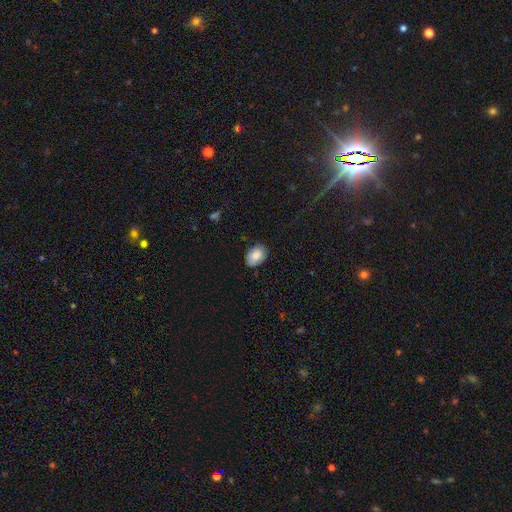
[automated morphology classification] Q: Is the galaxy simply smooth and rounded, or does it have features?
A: smooth — 80%.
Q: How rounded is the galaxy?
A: in between — 82%.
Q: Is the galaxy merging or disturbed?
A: none — 80%.